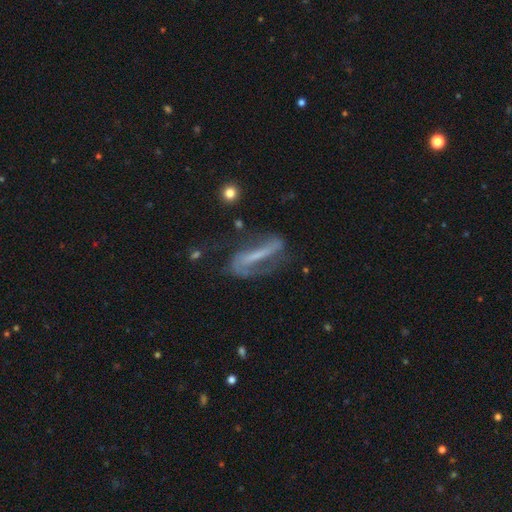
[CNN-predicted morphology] Smooth or featured: featured or disk — 75% (smooth — 17%)
Edge-on disk: no — 79% (yes — 21%)
Bar: strong — 66% (weak — 20%)
Spiral arms: yes — 82% (no — 18%)
Bulge size: none — 44% (small — 37%)
Merging: none — 53% (minor disturbance — 22%)